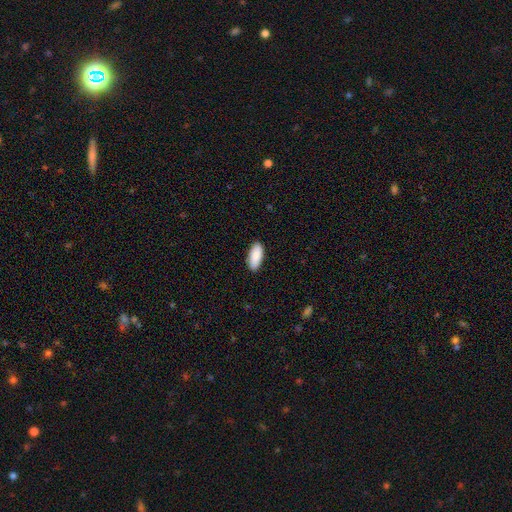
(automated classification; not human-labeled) Smooth or featured: smooth — 90% (star or artifact — 5%)
How rounded: in between — 86% (cigar-shaped — 12%)
Merging: none — 89% (minor disturbance — 9%)